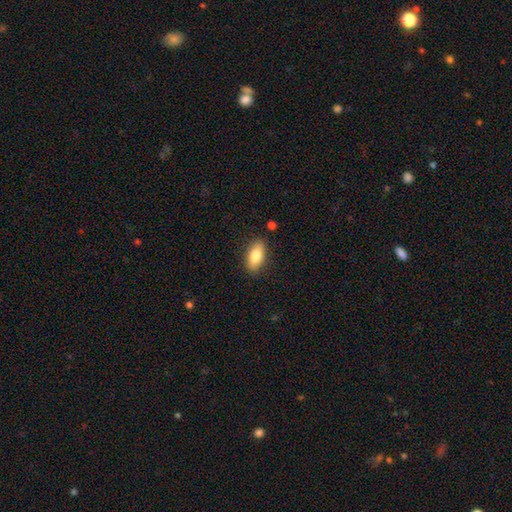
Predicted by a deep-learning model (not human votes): This appears to be a smooth galaxy with no disk features (79%) that is in between round and cigar-shaped (86%). Merging: none (86%).